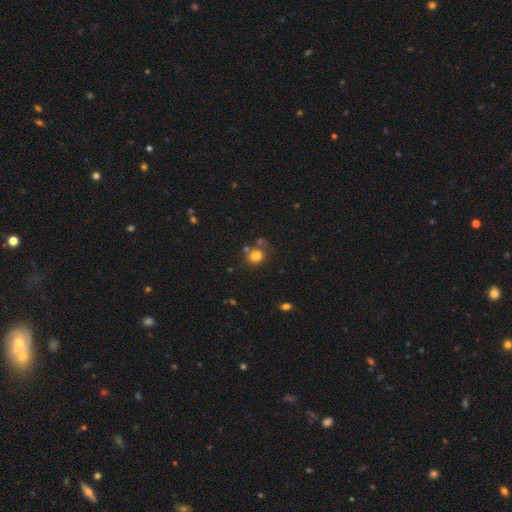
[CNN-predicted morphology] type=smooth (79%); roundness=round (57%); merging=none (61%).